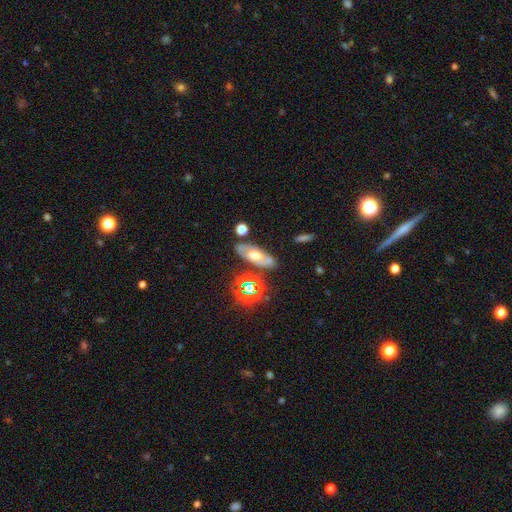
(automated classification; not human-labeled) A featured or disk galaxy (54%). Merging: none (75%).